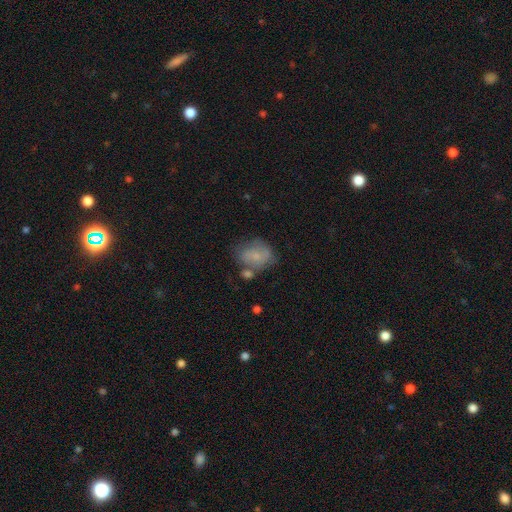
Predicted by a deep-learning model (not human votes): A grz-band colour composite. It shows a smooth galaxy with no disk features (60%) that is in between round and cigar-shaped (53%). Merging: none (45%).